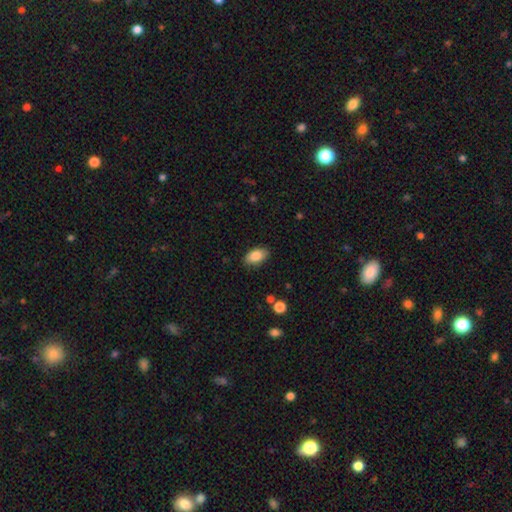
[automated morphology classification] The model was most divided on "merging": none: 86%, minor disturbance: 11%, major disturbance: 2%, merger: 1%. More confident: how rounded — in between (93%); smooth or featured — smooth (85%).